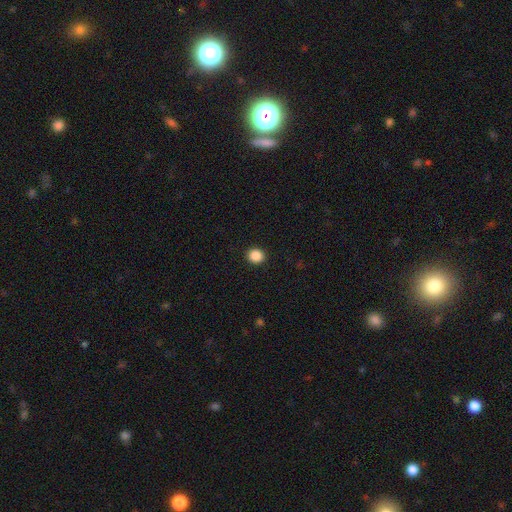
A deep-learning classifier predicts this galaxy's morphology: smooth-or-featured: smooth: 88% | star or artifact: 10% | featured or disk: 3%
  how-rounded: round: 87% | in between: 12% | cigar-shaped: 1%
  merging: none: 93% | minor disturbance: 5% | major disturbance: 2% | merger: 1%